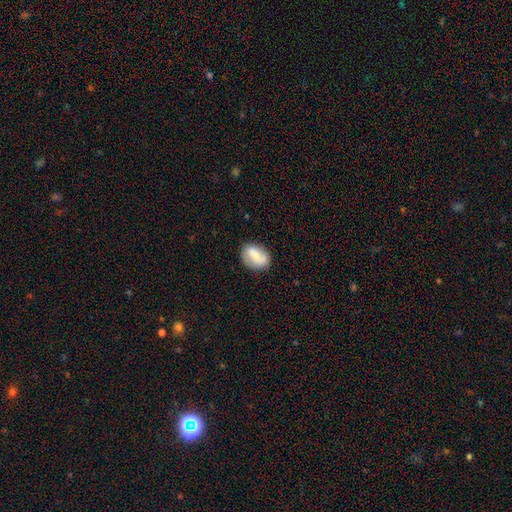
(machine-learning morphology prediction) Smooth or featured? Predicted: smooth (p=0.71). How rounded? Predicted: in between (p=0.77). Merging? Predicted: none (p=0.69).